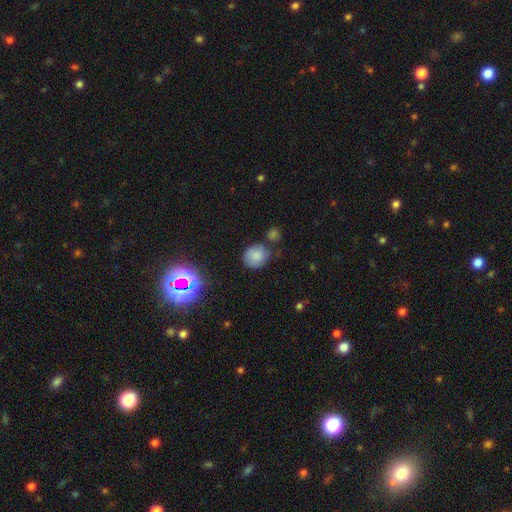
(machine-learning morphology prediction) The model was most divided on "how rounded": round: 66%, in between: 33%, cigar-shaped: 1%. More confident: smooth or featured — smooth (79%); merging — none (68%).